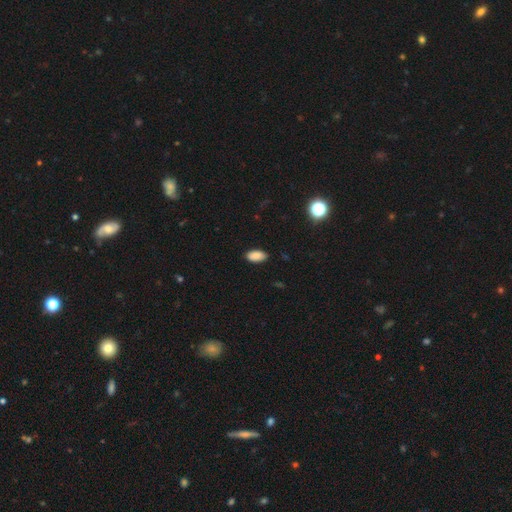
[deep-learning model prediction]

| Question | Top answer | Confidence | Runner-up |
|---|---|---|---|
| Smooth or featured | smooth | 88% | star or artifact (8%) |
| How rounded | in between | 94% | cigar-shaped (3%) |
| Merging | none | 85% | minor disturbance (11%) |